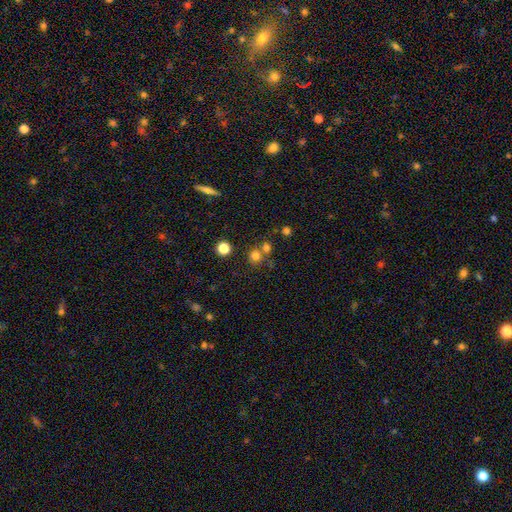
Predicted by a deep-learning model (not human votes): Smooth or featured?
  - smooth: 73% *
  - star or artifact: 18%
  - featured or disk: 8%
How rounded?
  - round: 88% *
  - in between: 11%
  - cigar-shaped: 1%
Merging?
  - none: 62% *
  - merger: 28%
  - minor disturbance: 7%
  - major disturbance: 3%